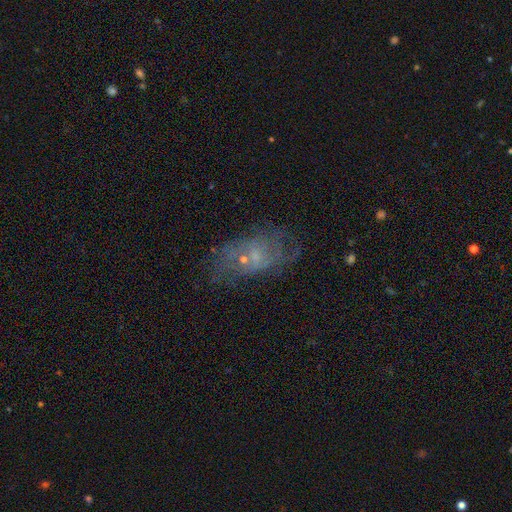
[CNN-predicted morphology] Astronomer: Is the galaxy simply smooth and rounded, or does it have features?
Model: featured or disk — 52% (runner-up: smooth, 32%).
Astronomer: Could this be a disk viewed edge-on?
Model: no — 94%.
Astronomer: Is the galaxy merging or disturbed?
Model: none — 53%.